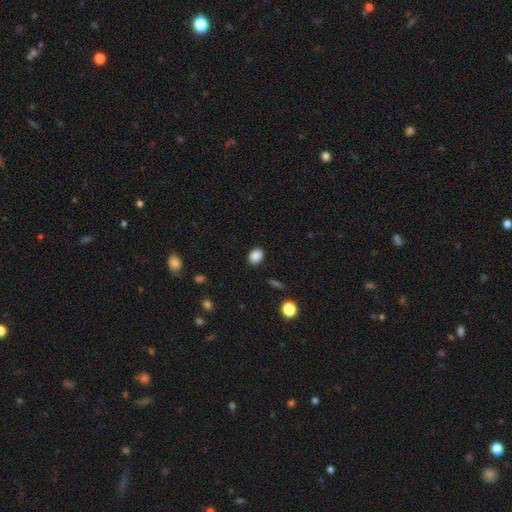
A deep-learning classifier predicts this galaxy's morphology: smooth-or-featured: smooth: 87% | star or artifact: 10% | featured or disk: 4%
  how-rounded: in between: 68% | round: 31% | cigar-shaped: 1%
  merging: none: 87% | minor disturbance: 9% | major disturbance: 2% | merger: 1%